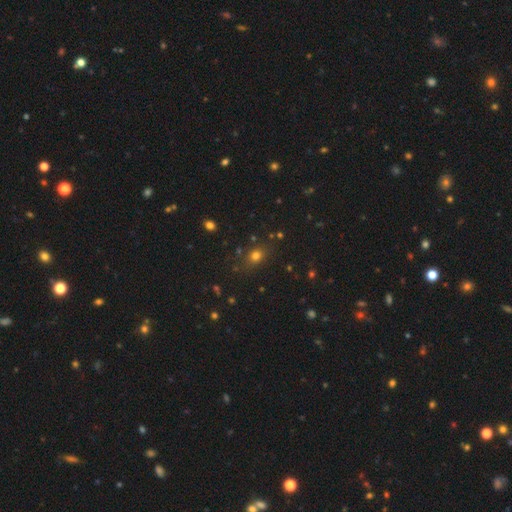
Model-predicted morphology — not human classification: Overall: smooth (73%). How rounded: round (52%; in between 46%). Merging: none (80%).